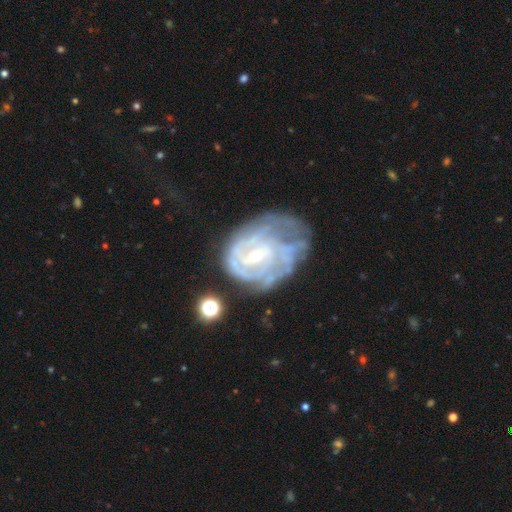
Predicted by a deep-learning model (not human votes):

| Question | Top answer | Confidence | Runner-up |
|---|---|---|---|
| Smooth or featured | featured or disk | 80% | smooth (12%) |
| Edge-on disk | no | 98% | yes (2%) |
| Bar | no | 46% | weak (44%) |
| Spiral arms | yes | 80% | no (20%) |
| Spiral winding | tight | 58% | medium (30%) |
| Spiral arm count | can't tell | 51% | 2 (17%) |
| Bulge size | small | 69% | moderate (21%) |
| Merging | none | 37% | major disturbance (31%) |